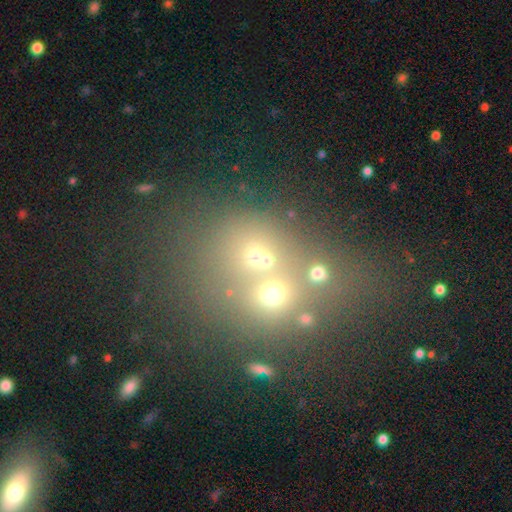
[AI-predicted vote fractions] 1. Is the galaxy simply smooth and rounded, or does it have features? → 42% smooth, 35% star or artifact, 22% featured or disk.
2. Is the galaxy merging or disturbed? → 48% merger, 38% none, 8% minor disturbance, 6% major disturbance.